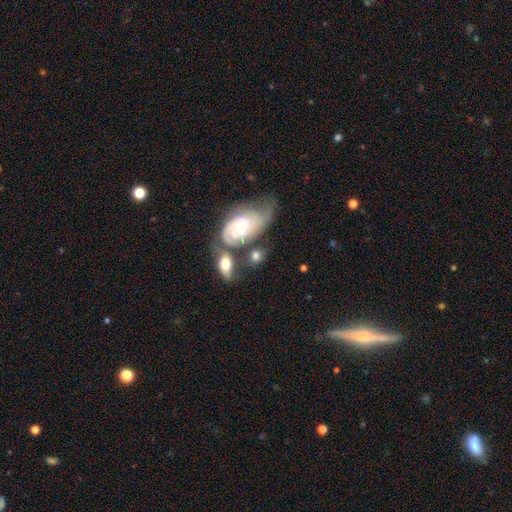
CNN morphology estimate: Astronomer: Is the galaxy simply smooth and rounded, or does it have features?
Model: smooth — 47% (runner-up: featured or disk, 45%).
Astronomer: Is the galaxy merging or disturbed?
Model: none — 35% (runner-up: merger, 33%).